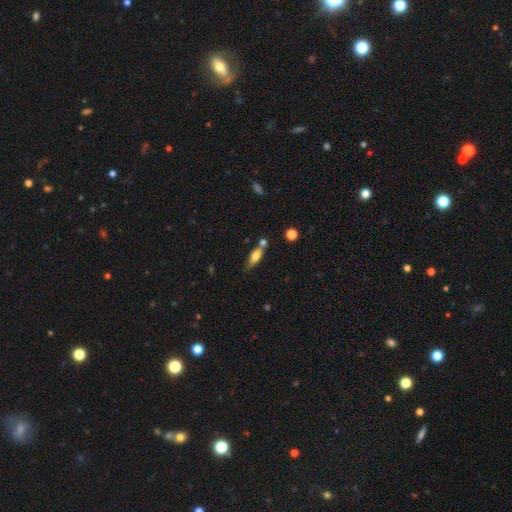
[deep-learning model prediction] Smooth or featured? smooth (68%)
How rounded? in between (58%)
Merging? none (55%)